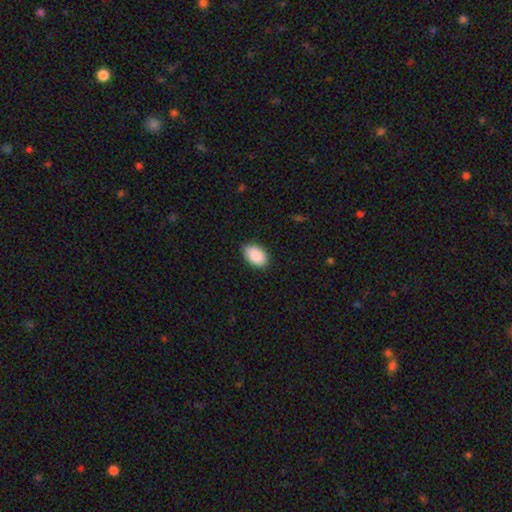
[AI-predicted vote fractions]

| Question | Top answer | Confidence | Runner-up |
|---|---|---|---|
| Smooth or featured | smooth | 90% | star or artifact (6%) |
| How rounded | in between | 93% | round (6%) |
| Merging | none | 85% | minor disturbance (13%) |